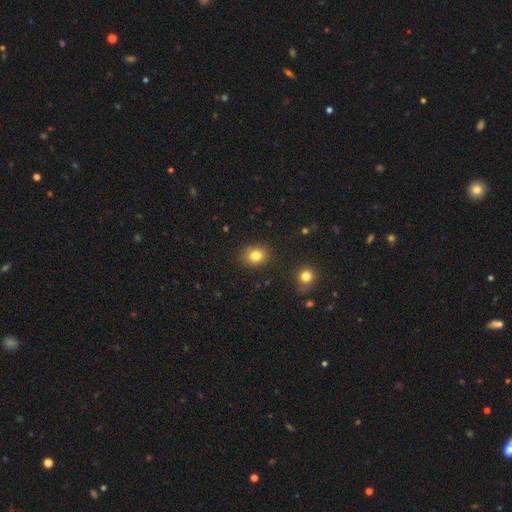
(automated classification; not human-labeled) This appears to be a smooth galaxy with no disk features (82%) that is round (68%). Merging: none (87%).